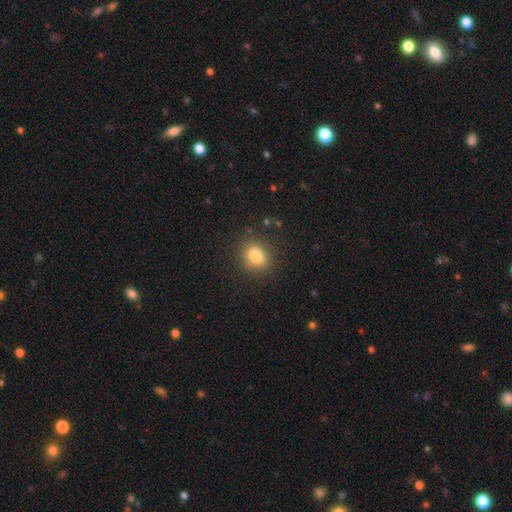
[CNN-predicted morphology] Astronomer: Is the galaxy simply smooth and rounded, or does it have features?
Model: smooth — 81%.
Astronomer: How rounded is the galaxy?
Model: in between — 53% (runner-up: round, 46%).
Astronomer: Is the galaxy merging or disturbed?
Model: none — 85%.